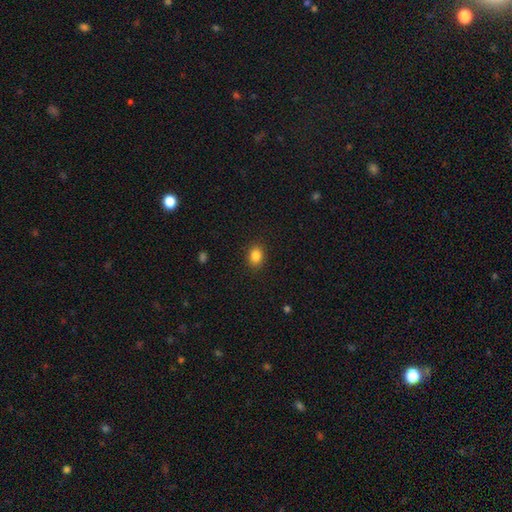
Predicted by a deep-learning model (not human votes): Smooth or featured: smooth — 85% (star or artifact — 10%)
How rounded: in between — 60% (round — 39%)
Merging: none — 89% (minor disturbance — 8%)